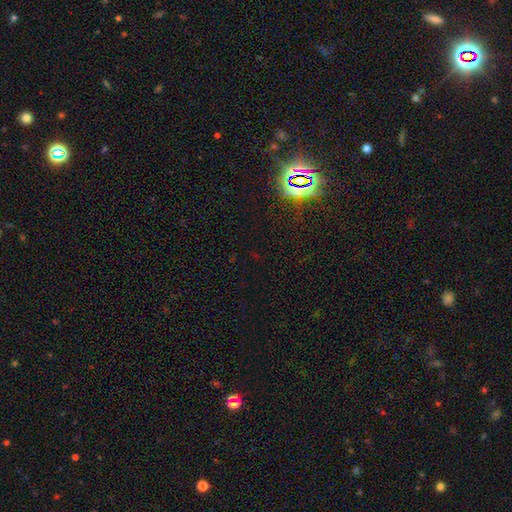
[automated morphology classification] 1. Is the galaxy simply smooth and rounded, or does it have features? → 74% star or artifact, 18% smooth, 8% featured or disk.